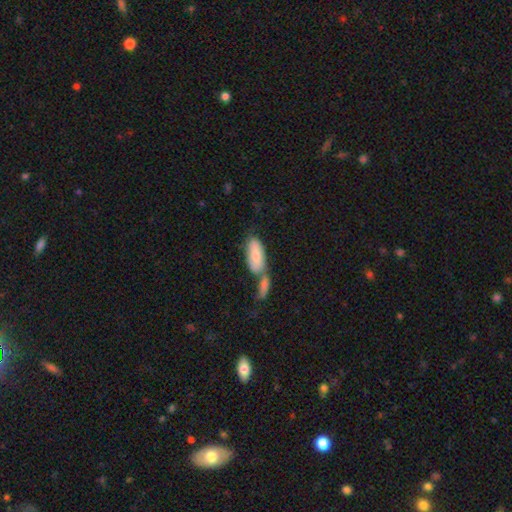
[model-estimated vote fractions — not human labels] Morphology: type=smooth (73%); roundness=in between (84%); merging=merger (55%).